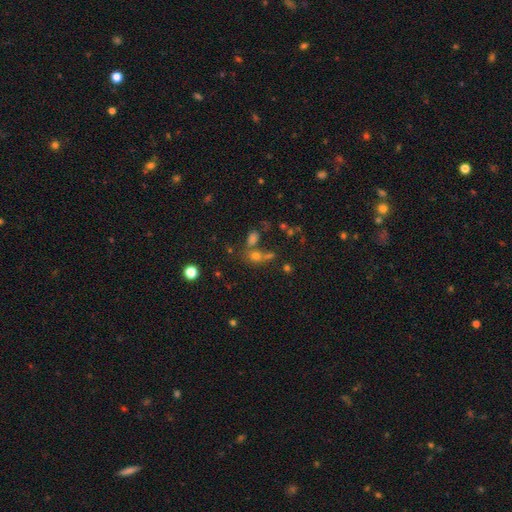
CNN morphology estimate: Smooth or featured?
  - smooth: 60% *
  - star or artifact: 26%
  - featured or disk: 13%
How rounded?
  - round: 54% *
  - in between: 42%
  - cigar-shaped: 4%
Merging?
  - none: 48% *
  - merger: 33%
  - minor disturbance: 11%
  - major disturbance: 7%